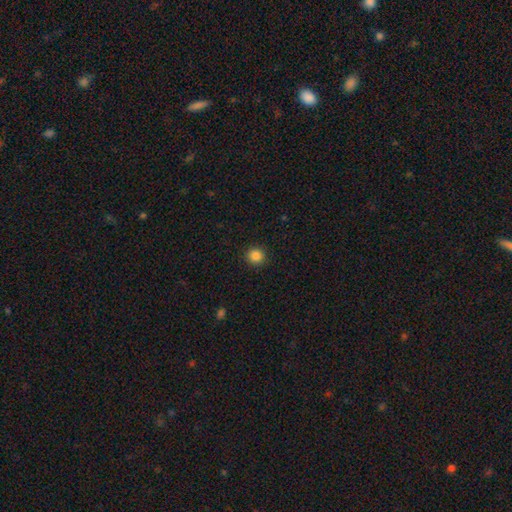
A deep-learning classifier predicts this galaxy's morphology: A smooth galaxy with no disk features (86%) that is round (94%).

Vote fractions:
- Smooth or featured? smooth: 86% / star or artifact: 11% / featured or disk: 3%
- How rounded? round: 94% / in between: 5% / cigar-shaped: 1%
- Merging? none: 92% / minor disturbance: 5% / major disturbance: 2% / merger: 1%